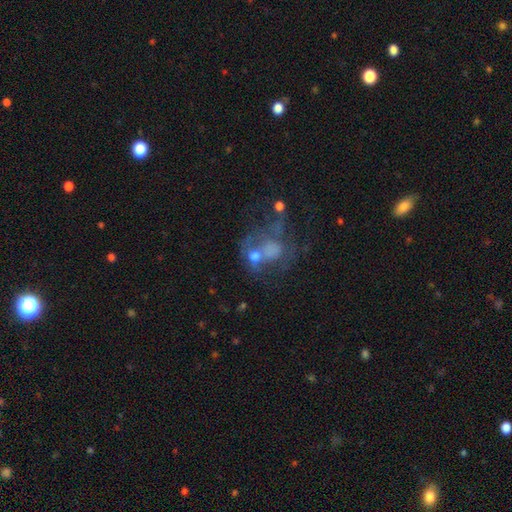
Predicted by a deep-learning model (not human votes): This is possibly a featured or disk galaxy (47%). Merging: marginally major disturbance (31%, tied with merger).